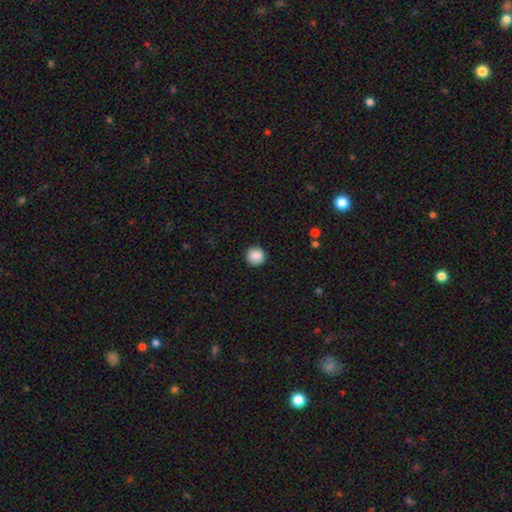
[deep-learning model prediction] smooth 89%, star or artifact 8%, featured or disk 3%. Down the decision tree: how rounded — round (95%); merging — none (92%).